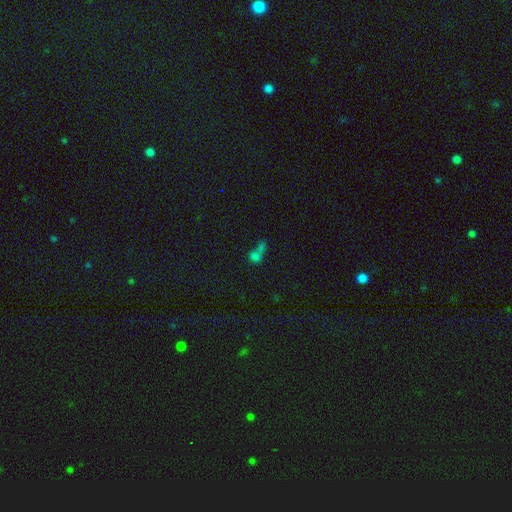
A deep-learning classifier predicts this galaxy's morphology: The model was most divided on "how rounded": round: 50%, in between: 47%, cigar-shaped: 4%. More confident: merging — merger (66%); smooth or featured — smooth (65%).